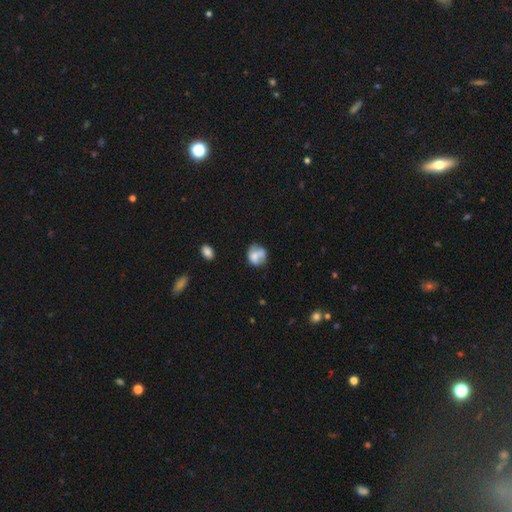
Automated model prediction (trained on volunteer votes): A smooth galaxy with no disk features (63%) that is round (61%). Merging: none (38%).